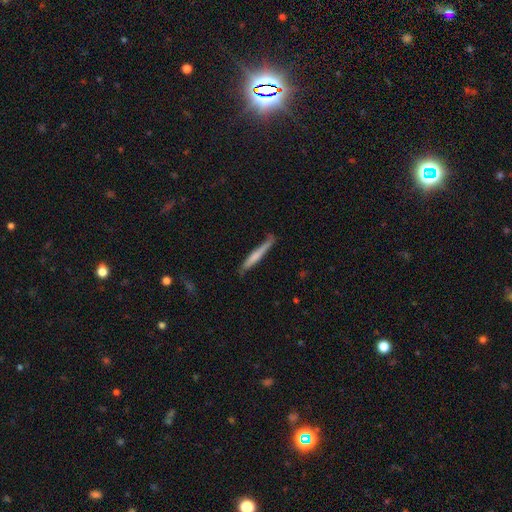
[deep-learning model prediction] smooth-or-featured: smooth: 61% | featured or disk: 34% | star or artifact: 5%
  how-rounded: cigar-shaped: 96% | in between: 3% | round: 1%
  merging: none: 71% | minor disturbance: 22% | major disturbance: 4% | merger: 2%